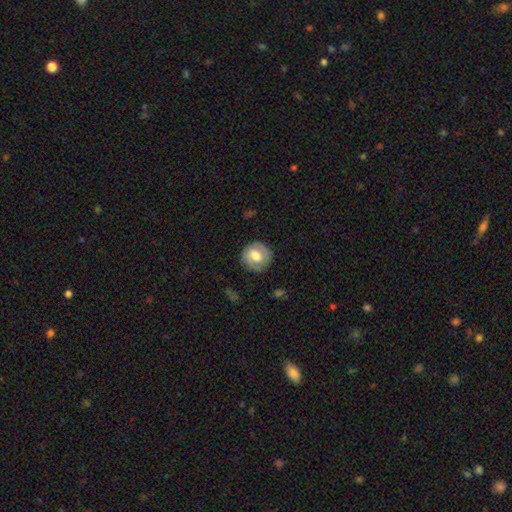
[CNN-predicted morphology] A smooth galaxy with no disk features (68%) that is round (92%). Merging: none (85%).